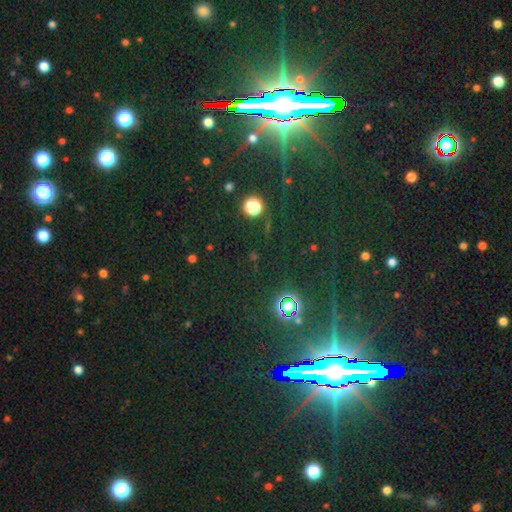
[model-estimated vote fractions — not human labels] A star or artifact, not a galaxy (83%).